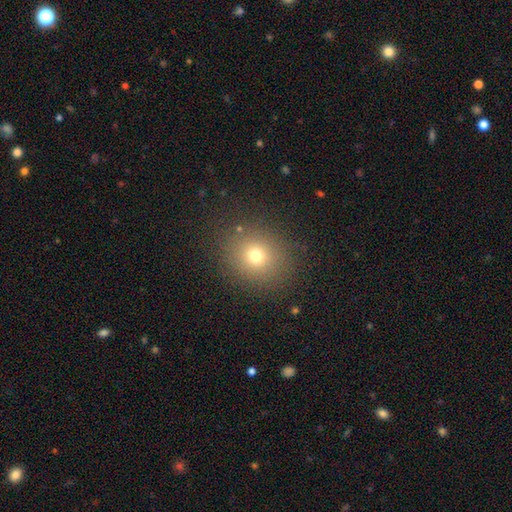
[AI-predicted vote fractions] Morphology: type=smooth (72%); roundness=round (78%); merging=none (87%).